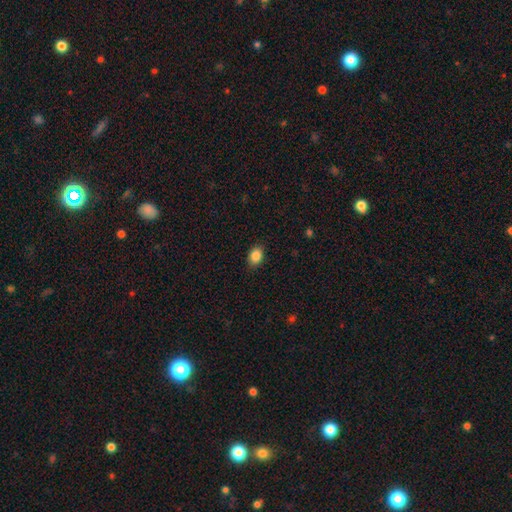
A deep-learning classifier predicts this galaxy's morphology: This appears to be a smooth galaxy with no disk features (87%) that is in between round and cigar-shaped (74%). Merging: none (88%).